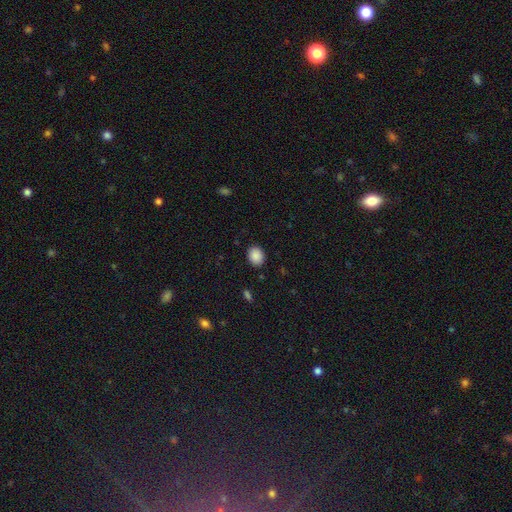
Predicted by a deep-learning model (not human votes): smooth_or_featured: smooth (p=0.89) [alt: star or artifact p=0.08]
how_rounded: round (p=0.52) [alt: in between p=0.47]
merging: none (p=0.89) [alt: minor disturbance p=0.08]